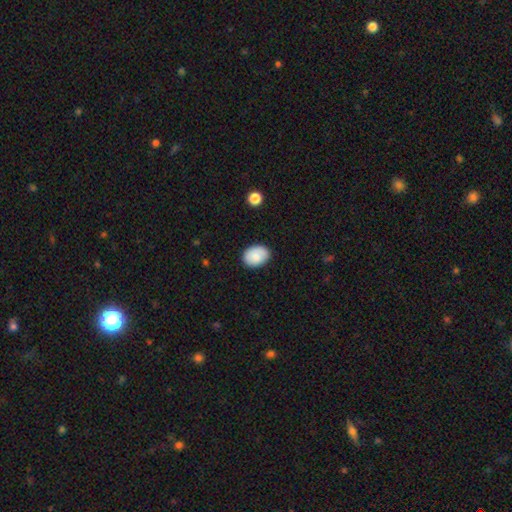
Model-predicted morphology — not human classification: Smooth or featured? smooth (87%)
How rounded? in between (73%)
Merging? none (85%)